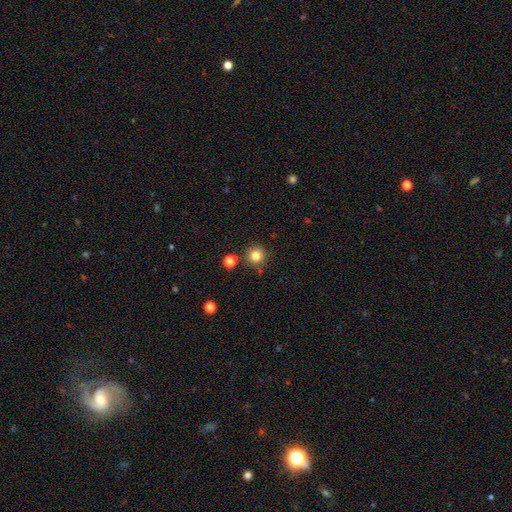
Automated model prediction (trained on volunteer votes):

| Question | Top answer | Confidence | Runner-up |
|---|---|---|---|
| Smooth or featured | smooth | 81% | star or artifact (12%) |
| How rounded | round | 93% | in between (6%) |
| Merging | none | 80% | minor disturbance (10%) |